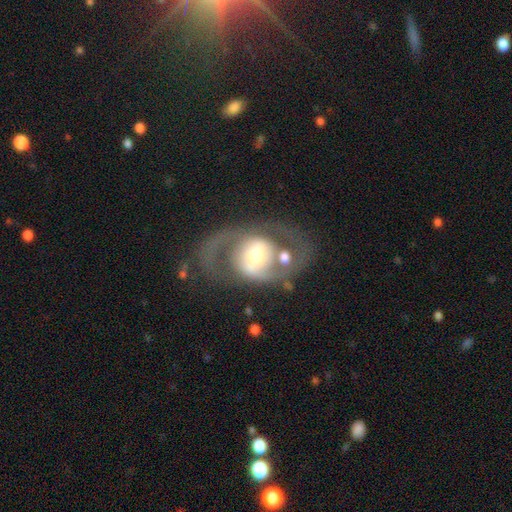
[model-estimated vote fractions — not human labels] featured or disk 77%, smooth 17%, star or artifact 6%. Down the decision tree: edge-on disk — no (95%); bar — no (42%); spiral arms — yes (71%); spiral arm count — 2 (84%); spiral winding — medium (50%); bulge size — moderate (56%); merging — none (61%).